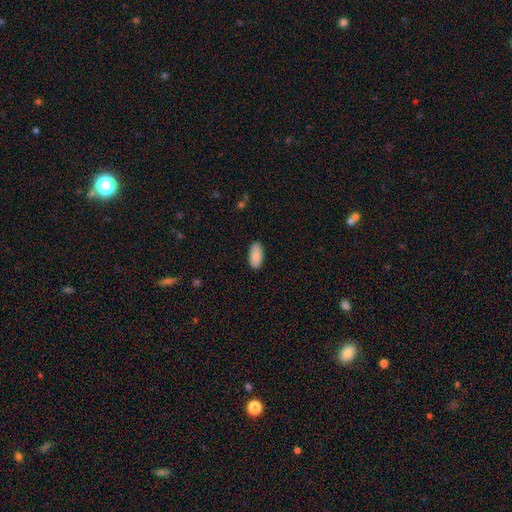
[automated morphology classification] Smooth or featured?
  - smooth: 89% *
  - star or artifact: 6%
  - featured or disk: 5%
How rounded?
  - in between: 93% *
  - cigar-shaped: 5%
  - round: 2%
Merging?
  - none: 89% *
  - minor disturbance: 8%
  - major disturbance: 2%
  - merger: 1%